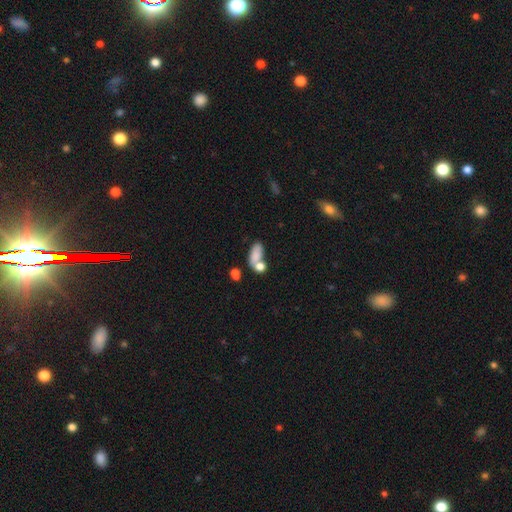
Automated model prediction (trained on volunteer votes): Smooth or featured? smooth (78%)
How rounded? in between (83%)
Merging? none (41%)